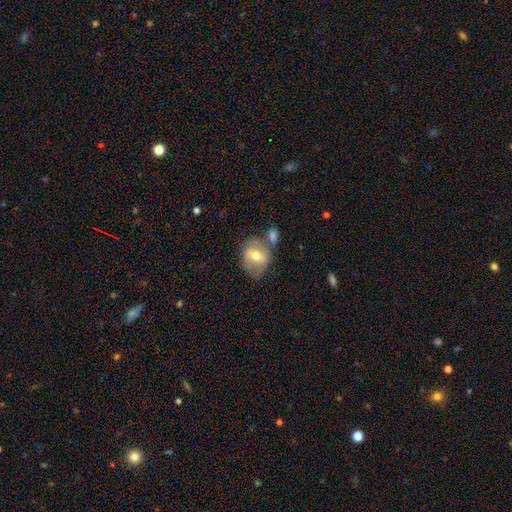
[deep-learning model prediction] The model was most divided on "smooth or featured": smooth: 50%, featured or disk: 42%, star or artifact: 8%. Remaining: merging — none (48%).